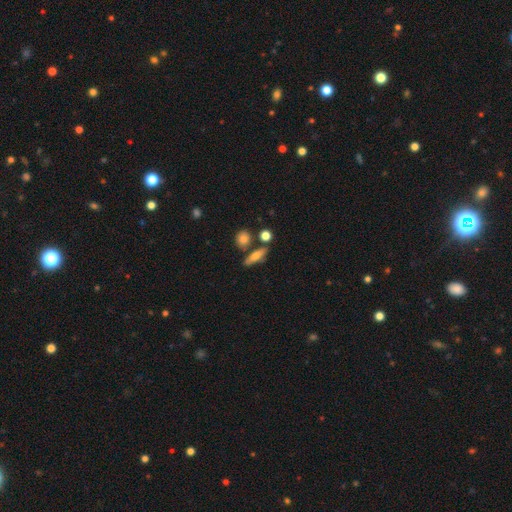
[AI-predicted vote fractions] A smooth galaxy with no disk features (61%) that is cigar-shaped (52%).

Vote fractions:
- Smooth or featured? smooth: 61% / featured or disk: 31% / star or artifact: 9%
- How rounded? cigar-shaped: 52% / in between: 37% / round: 11%
- Merging? none: 73% / minor disturbance: 12% / merger: 11% / major disturbance: 4%